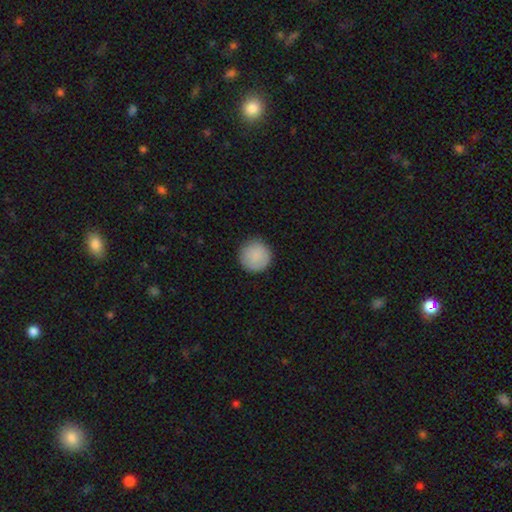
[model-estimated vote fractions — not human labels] Smooth or featured: smooth — 88% (star or artifact — 7%)
How rounded: round — 96% (in between — 3%)
Merging: none — 90% (minor disturbance — 7%)